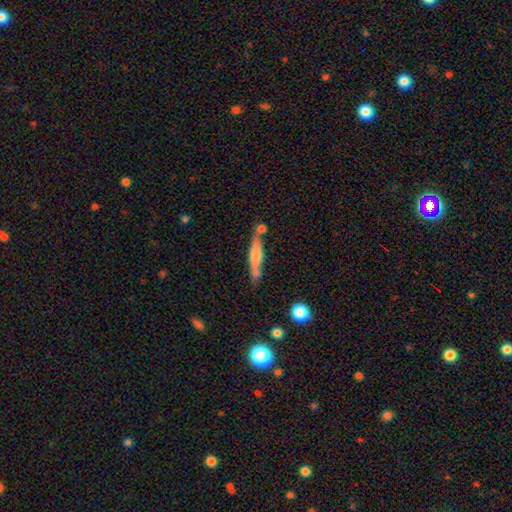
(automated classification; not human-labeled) This is possibly a smooth galaxy (50%). Merging: likely none (63%).